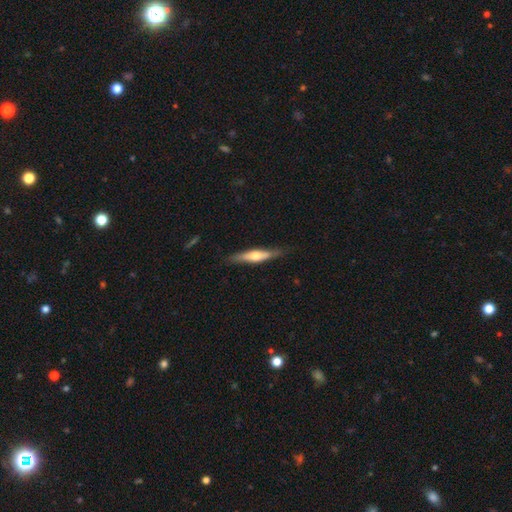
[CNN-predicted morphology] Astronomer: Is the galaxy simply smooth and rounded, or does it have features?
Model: featured or disk — 52% (runner-up: smooth, 43%).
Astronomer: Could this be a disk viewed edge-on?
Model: yes — 91%.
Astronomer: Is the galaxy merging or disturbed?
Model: none — 82%.